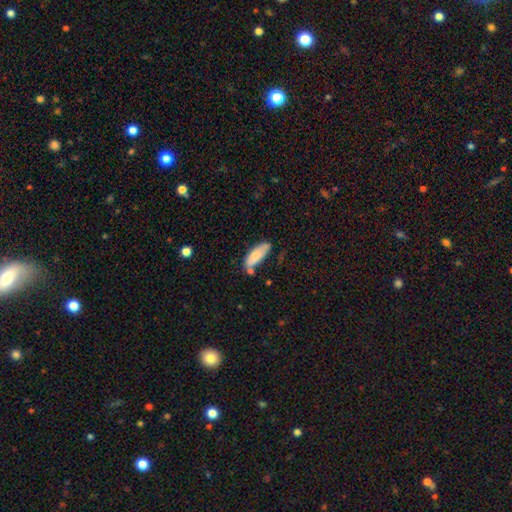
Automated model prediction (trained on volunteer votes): A smooth galaxy with no disk features (79%) that is in between round and cigar-shaped (73%).

Vote fractions:
- Smooth or featured? smooth: 79% / featured or disk: 15% / star or artifact: 6%
- How rounded? in between: 73% / cigar-shaped: 25% / round: 2%
- Merging? none: 63% / minor disturbance: 22% / merger: 11% / major disturbance: 5%